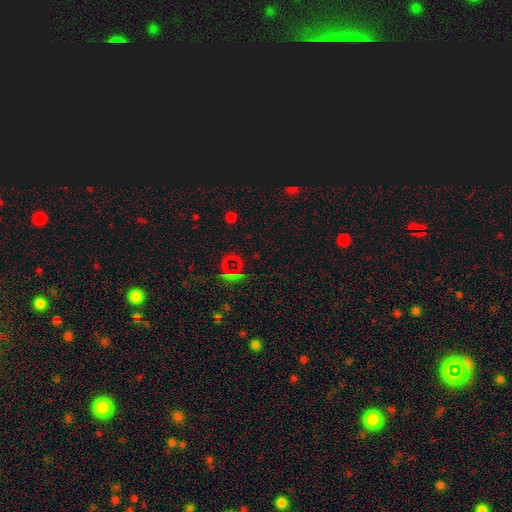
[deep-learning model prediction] Smooth or featured?
  - star or artifact: 70% *
  - smooth: 20%
  - featured or disk: 9%